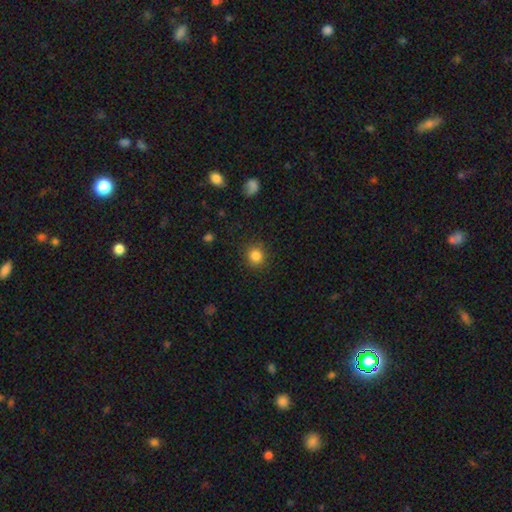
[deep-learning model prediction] Morphology: type=smooth (84%); roundness=round (89%); merging=none (89%).